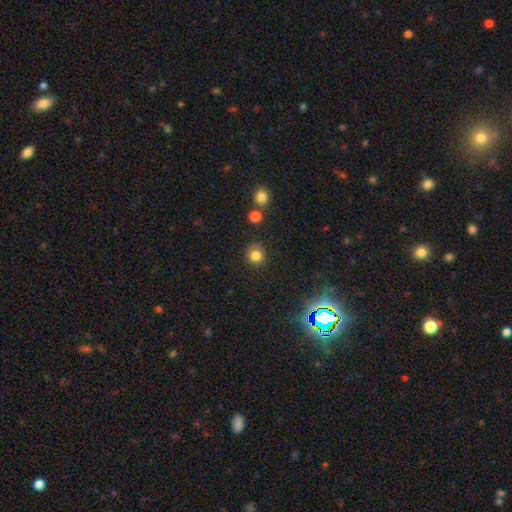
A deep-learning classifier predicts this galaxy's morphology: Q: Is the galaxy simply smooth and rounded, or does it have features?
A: smooth — 81%.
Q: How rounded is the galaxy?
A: round — 88%.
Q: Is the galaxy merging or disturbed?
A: none — 77%.